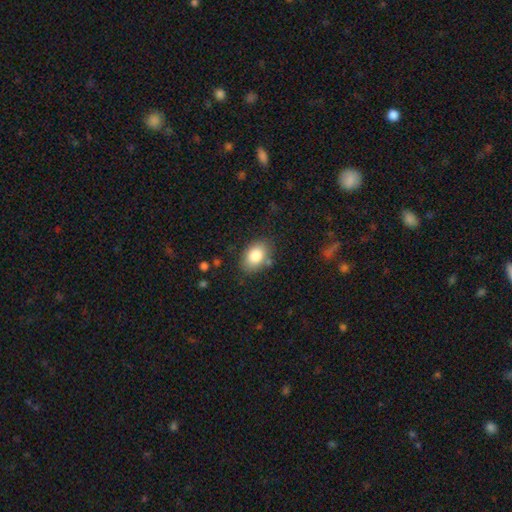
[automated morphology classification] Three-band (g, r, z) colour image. It shows a smooth galaxy with no disk features (83%) that is in between round and cigar-shaped (83%). Merging: none (80%).